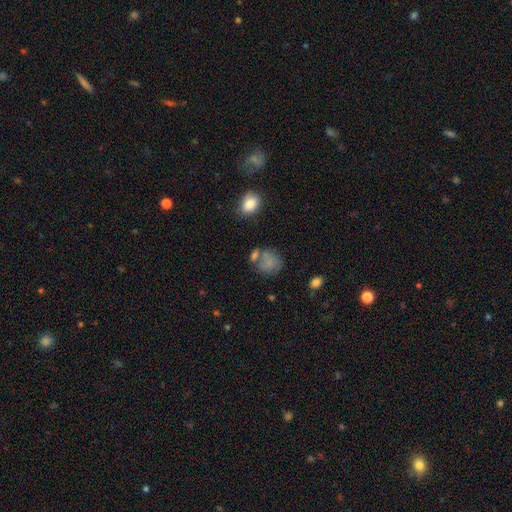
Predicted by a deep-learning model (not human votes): Overall: smooth (67%). How rounded: round (63%; in between 35%). Merging: none (46%; merger 22%).